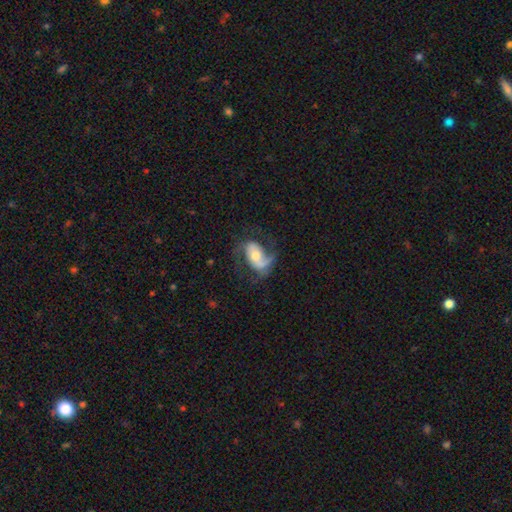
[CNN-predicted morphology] Smooth or featured: featured or disk — 78% (smooth — 16%)
Edge-on disk: no — 97% (yes — 3%)
Bar: no — 47% (weak — 35%)
Spiral arms: yes — 93% (no — 7%)
Spiral winding: medium — 44% (loose — 40%)
Spiral arm count: 2 — 75% (1 — 17%)
Bulge size: moderate — 63% (small — 23%)
Merging: none — 58% (minor disturbance — 20%)